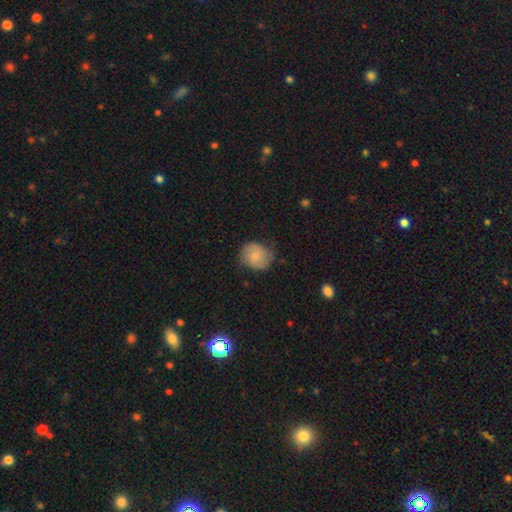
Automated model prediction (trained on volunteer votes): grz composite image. It shows a smooth galaxy with no disk features (67%) that is round (71%). Merging: none (64%).